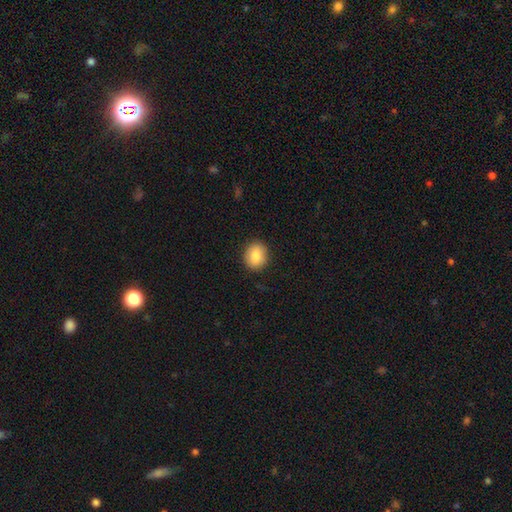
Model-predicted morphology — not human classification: Smooth or featured?
  - smooth: 84% *
  - star or artifact: 8%
  - featured or disk: 8%
How rounded?
  - round: 68% *
  - in between: 31%
  - cigar-shaped: 1%
Merging?
  - none: 89% *
  - minor disturbance: 8%
  - major disturbance: 2%
  - merger: 1%